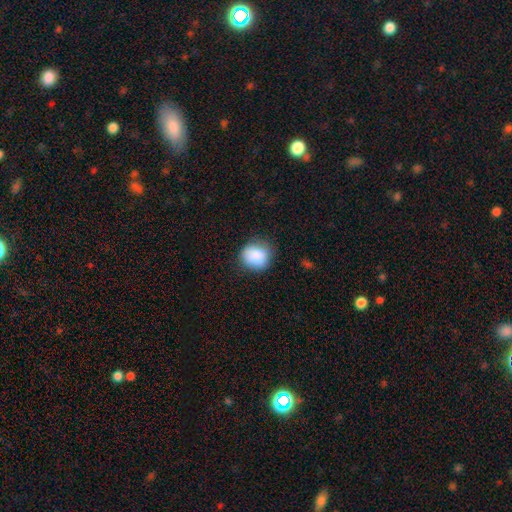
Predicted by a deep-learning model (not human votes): smooth 87%, star or artifact 8%, featured or disk 5%. Down the decision tree: how rounded — round (79%); merging — none (76%).